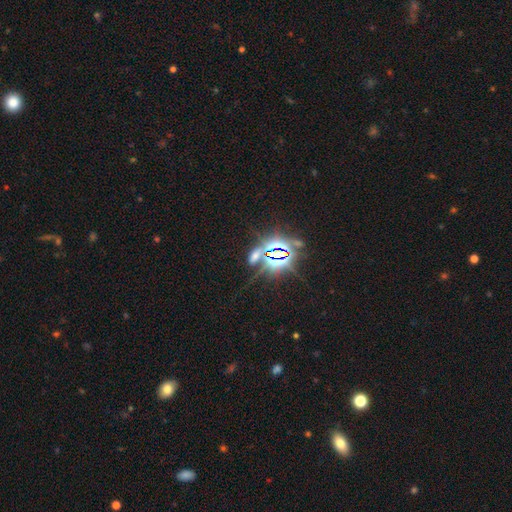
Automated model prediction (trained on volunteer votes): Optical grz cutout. It shows a star or artifact, not a galaxy (64%).